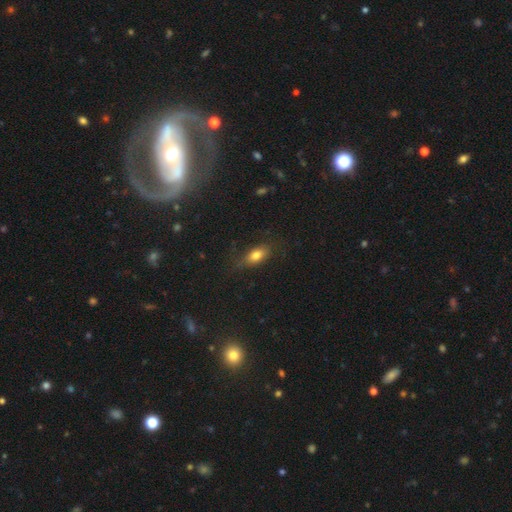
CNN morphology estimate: Smooth or featured: smooth — 76% (featured or disk — 14%)
How rounded: in between — 82% (cigar-shaped — 11%)
Merging: none — 71% (minor disturbance — 20%)